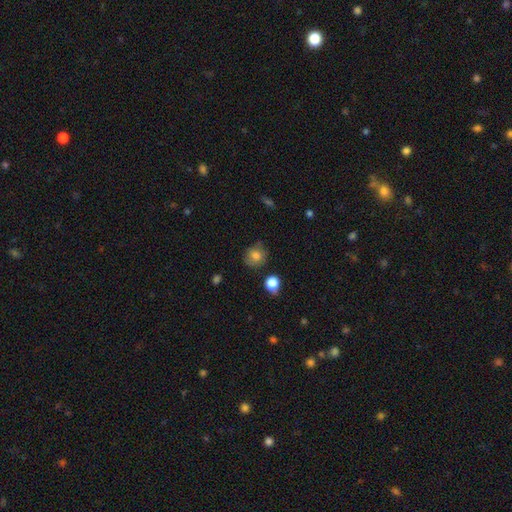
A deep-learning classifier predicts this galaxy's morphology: Overall: smooth (78%). How rounded: round (77%). Merging: none (70%).